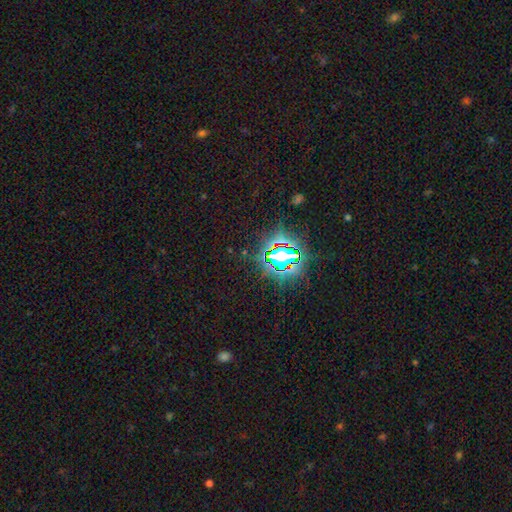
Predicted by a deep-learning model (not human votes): Morphology: type=star or artifact (81%).